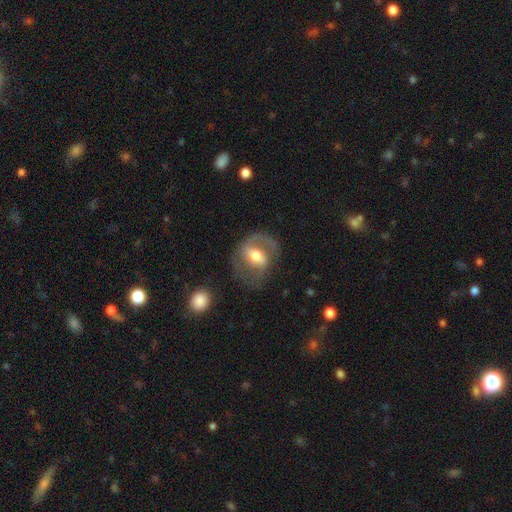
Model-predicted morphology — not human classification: Q: Smooth or featured?
A: featured or disk (74%); runner-up: smooth (20%)
Q: Edge-on disk?
A: no (96%); runner-up: yes (4%)
Q: Bar?
A: strong (42%); runner-up: weak (41%)
Q: Spiral arms?
A: yes (81%); runner-up: no (19%)
Q: Spiral winding?
A: medium (51%); runner-up: loose (25%)
Q: Spiral arm count?
A: 2 (76%); runner-up: 1 (13%)
Q: Bulge size?
A: moderate (68%); runner-up: small (18%)
Q: Merging?
A: none (62%); runner-up: minor disturbance (18%)